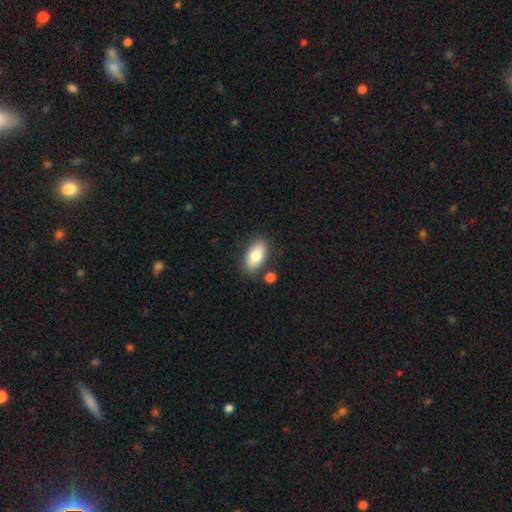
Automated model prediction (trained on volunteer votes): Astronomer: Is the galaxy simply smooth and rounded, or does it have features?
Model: smooth — 79%.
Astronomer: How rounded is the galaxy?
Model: in between — 92%.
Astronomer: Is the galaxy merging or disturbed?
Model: none — 80%.